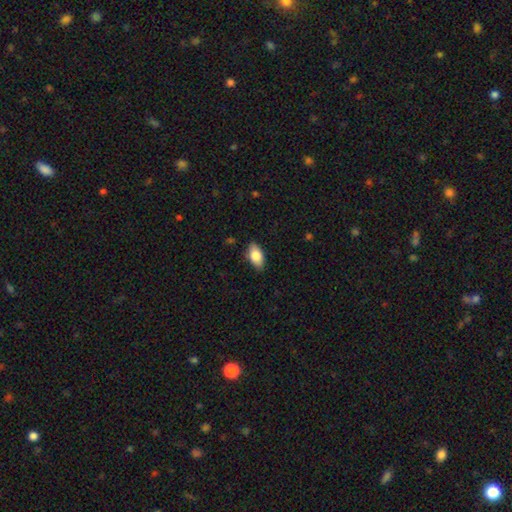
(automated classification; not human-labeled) Smooth or featured? Predicted: smooth (p=0.82). How rounded? Predicted: in between (p=0.92). Merging? Predicted: none (p=0.85).